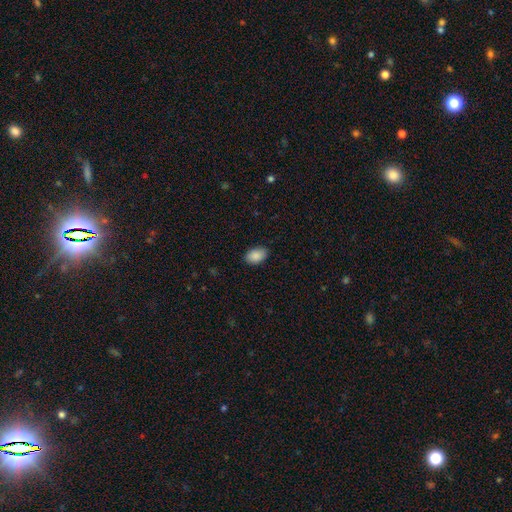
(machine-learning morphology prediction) This appears to be a smooth galaxy with no disk features (90%) that is in between round and cigar-shaped (90%). Merging: none (86%).